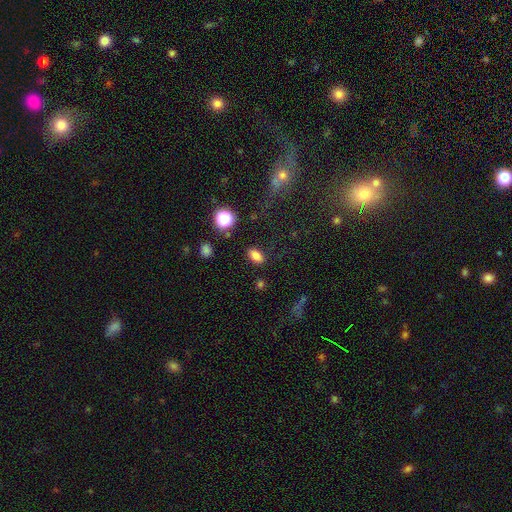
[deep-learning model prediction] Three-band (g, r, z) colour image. It shows a smooth galaxy with no disk features (80%) that is in between round and cigar-shaped (87%). Merging: none (86%).